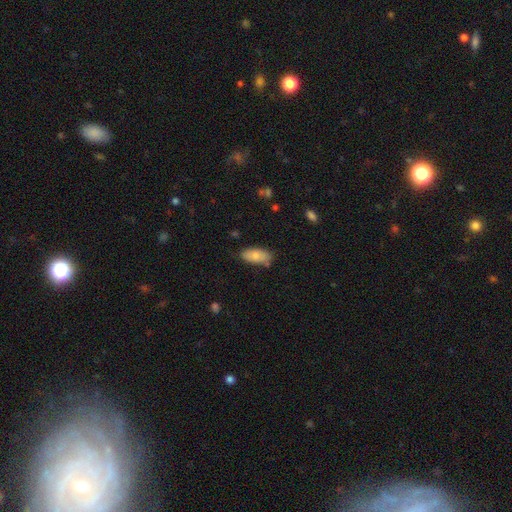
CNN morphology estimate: Smooth or featured? smooth (79%)
How rounded? in between (90%)
Merging? none (71%)